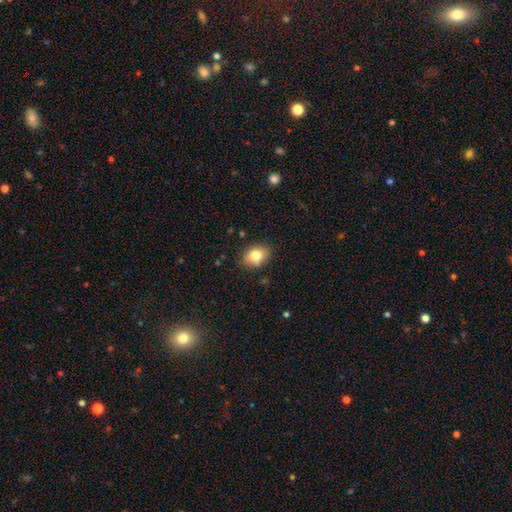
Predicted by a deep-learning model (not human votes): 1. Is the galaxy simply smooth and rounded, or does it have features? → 80% smooth, 11% featured or disk, 9% star or artifact.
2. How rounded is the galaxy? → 63% in between, 36% round, 1% cigar-shaped.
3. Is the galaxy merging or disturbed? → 83% none, 12% minor disturbance, 3% major disturbance, 1% merger.